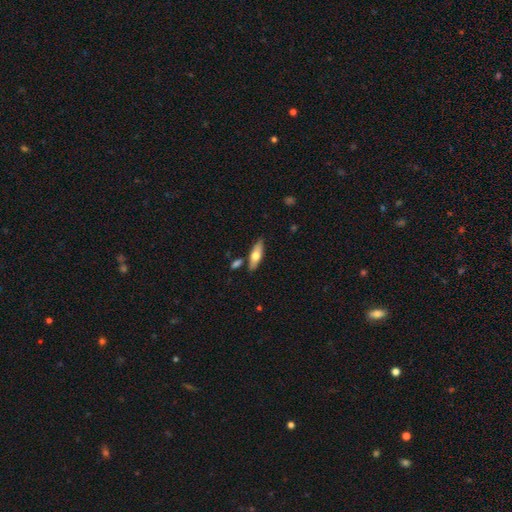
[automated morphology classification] Q: Smooth or featured?
A: smooth (58%); runner-up: featured or disk (36%)
Q: How rounded?
A: in between (53%); runner-up: cigar-shaped (44%)
Q: Merging?
A: none (81%); runner-up: minor disturbance (11%)